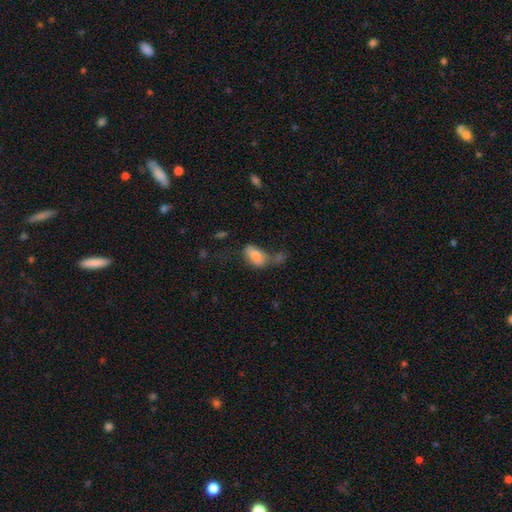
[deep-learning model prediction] A smooth galaxy with no disk features (70%) that is in between round and cigar-shaped (89%).

Vote fractions:
- Smooth or featured? smooth: 70% / featured or disk: 22% / star or artifact: 9%
- How rounded? in between: 89% / round: 7% / cigar-shaped: 4%
- Merging? none: 35% / merger: 25% / minor disturbance: 22% / major disturbance: 18%